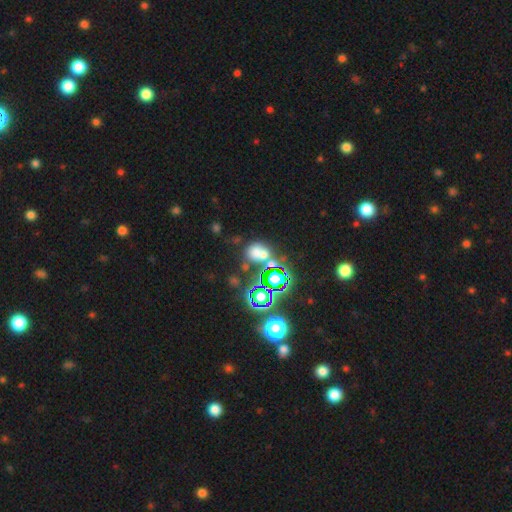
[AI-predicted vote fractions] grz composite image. It shows a smooth galaxy with no disk features (46%). Merging: none (48%).